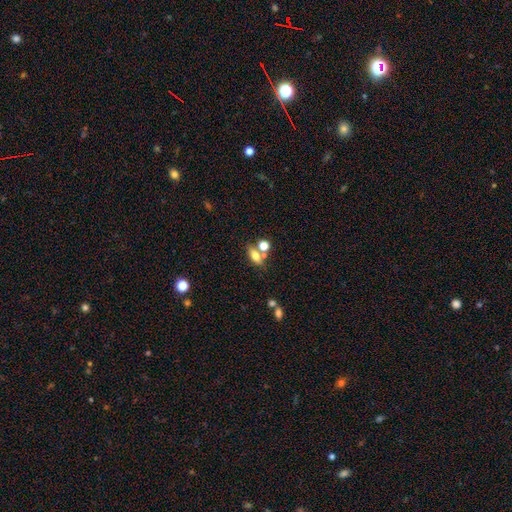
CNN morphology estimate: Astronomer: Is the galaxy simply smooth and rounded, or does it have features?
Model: smooth — 72%.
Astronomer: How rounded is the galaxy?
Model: in between — 75%.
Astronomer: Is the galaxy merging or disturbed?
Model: none — 55%.